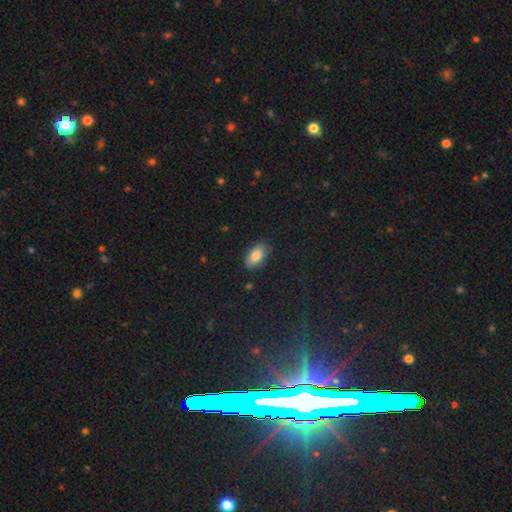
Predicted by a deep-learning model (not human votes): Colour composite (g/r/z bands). It shows a smooth galaxy with no disk features (84%) that is in between round and cigar-shaped (93%). Merging: none (85%).